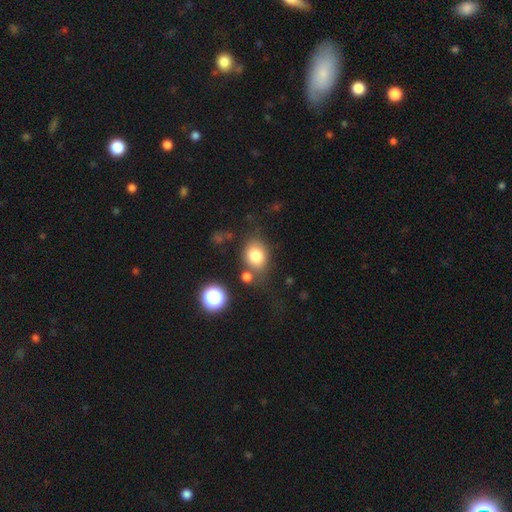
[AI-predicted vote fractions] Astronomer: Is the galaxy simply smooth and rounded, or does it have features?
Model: smooth — 79%.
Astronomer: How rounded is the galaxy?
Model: in between — 52% (runner-up: round, 47%).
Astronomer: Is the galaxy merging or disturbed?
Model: none — 67%.